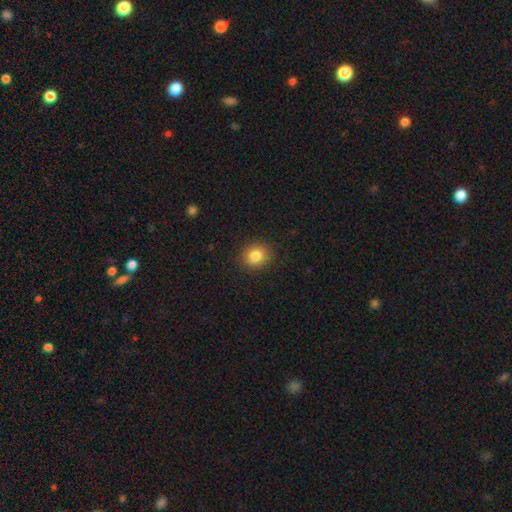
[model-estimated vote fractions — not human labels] A smooth galaxy with no disk features (84%) that is round (80%).

Vote fractions:
- Smooth or featured? smooth: 84% / star or artifact: 10% / featured or disk: 5%
- How rounded? round: 80% / in between: 20% / cigar-shaped: 1%
- Merging? none: 89% / minor disturbance: 7% / major disturbance: 2% / merger: 1%